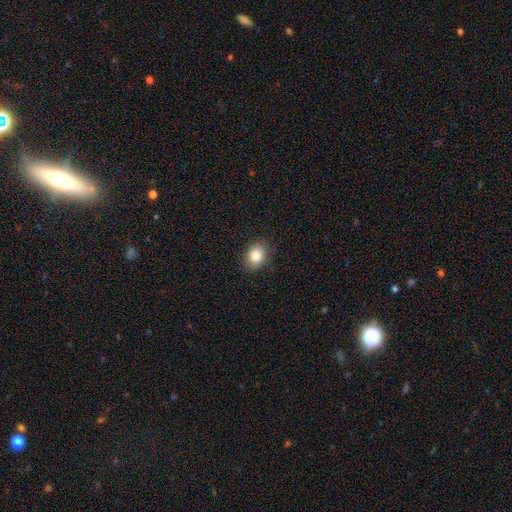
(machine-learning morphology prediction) Smooth or featured? Predicted: smooth (p=0.82). How rounded? Predicted: in between (p=0.58). Merging? Predicted: none (p=0.85).